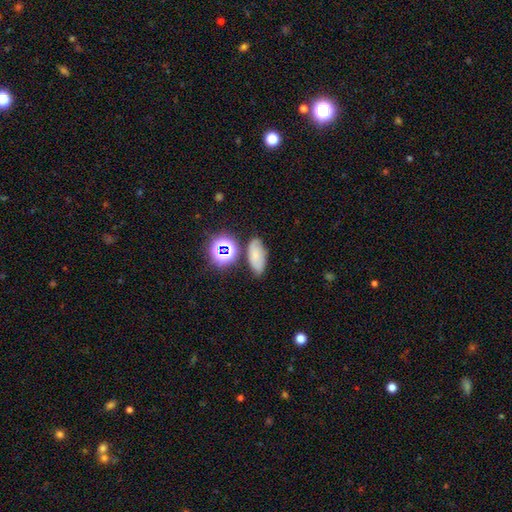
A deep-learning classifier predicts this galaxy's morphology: type=smooth (60%); roundness=in between (83%); merging=none (71%).